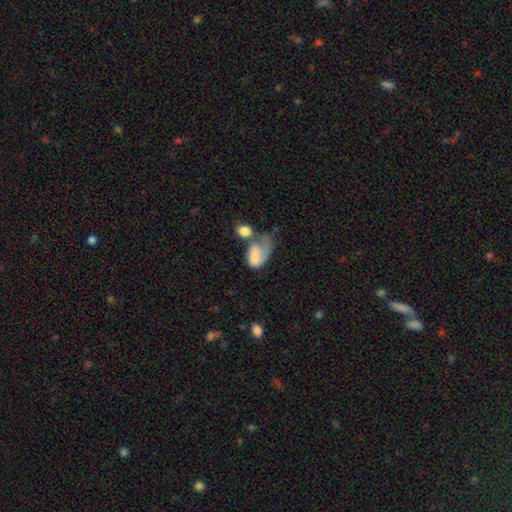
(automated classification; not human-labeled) smooth 60%, featured or disk 33%, star or artifact 7%. Down the decision tree: how rounded — in between (87%); merging — merger (37%).